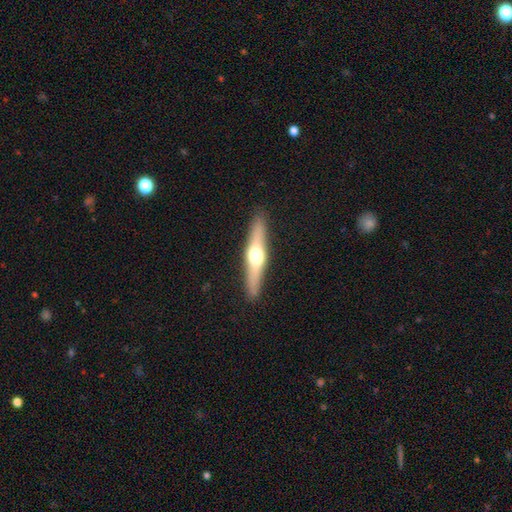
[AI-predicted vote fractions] Smooth or featured? featured or disk (60%)
Edge-on disk? yes (95%)
Edge-on bulge? rounded (94%)
Merging? none (90%)